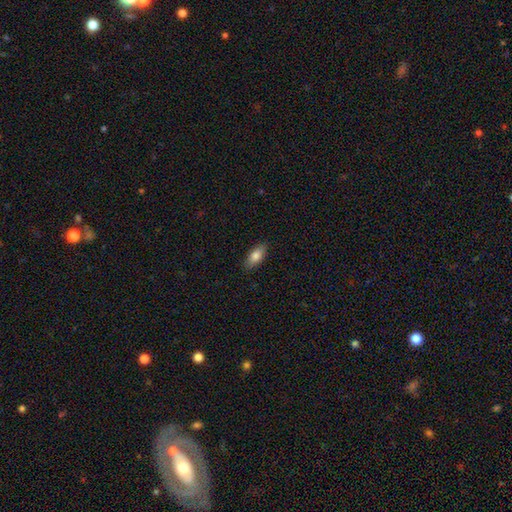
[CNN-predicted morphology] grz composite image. It shows a smooth galaxy with no disk features (82%) that is in between round and cigar-shaped (84%). Merging: none (88%).